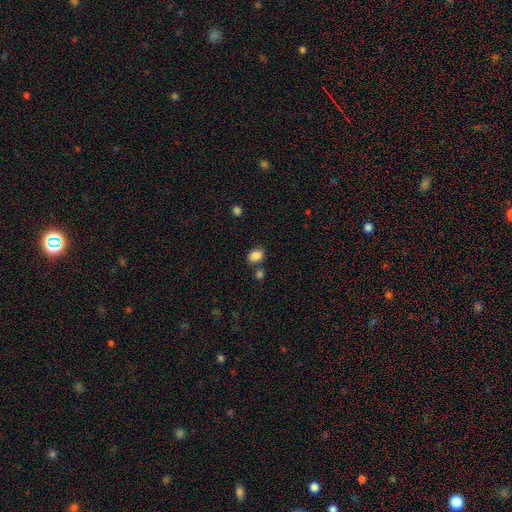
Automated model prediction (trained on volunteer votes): A smooth galaxy with no disk features (87%) that is in between round and cigar-shaped (61%).

Vote fractions:
- Smooth or featured? smooth: 87% / star or artifact: 9% / featured or disk: 4%
- How rounded? in between: 61% / round: 38% / cigar-shaped: 1%
- Merging? none: 74% / minor disturbance: 12% / merger: 10% / major disturbance: 4%